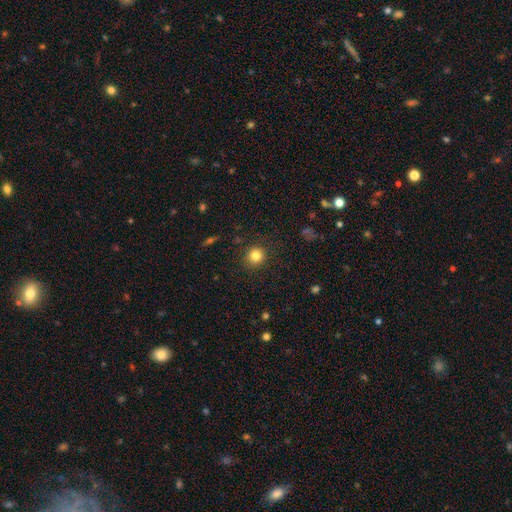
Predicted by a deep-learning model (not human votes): Morphology: type=smooth (82%); roundness=round (92%); merging=none (89%).